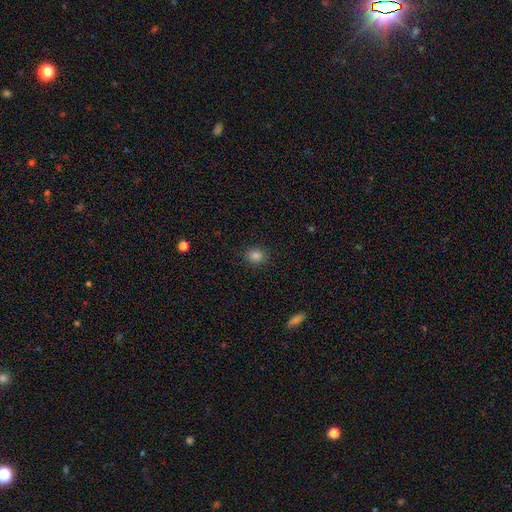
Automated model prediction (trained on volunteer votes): Q: Smooth or featured?
A: smooth (83%); runner-up: star or artifact (12%)
Q: How rounded?
A: round (74%); runner-up: in between (25%)
Q: Merging?
A: none (89%); runner-up: minor disturbance (7%)